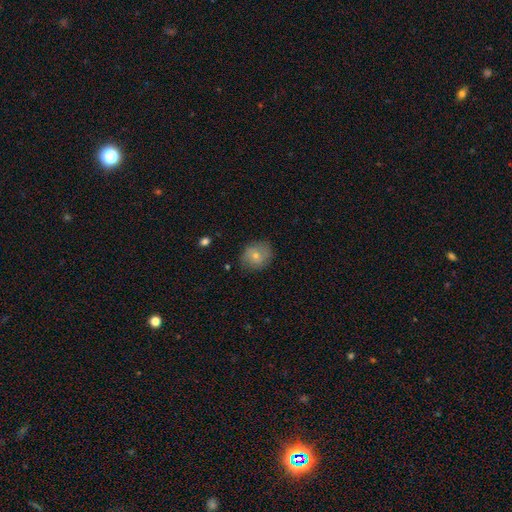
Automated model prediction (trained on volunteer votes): A smooth galaxy with no disk features (72%) that is round (73%). Merging: none (75%).